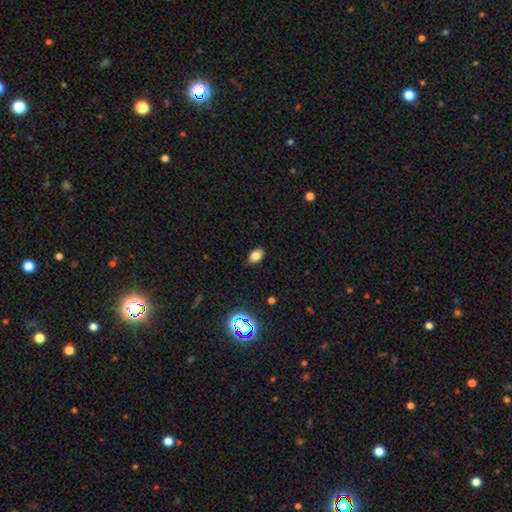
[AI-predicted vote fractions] Morphology: type=smooth (79%); roundness=in between (87%); merging=none (85%).